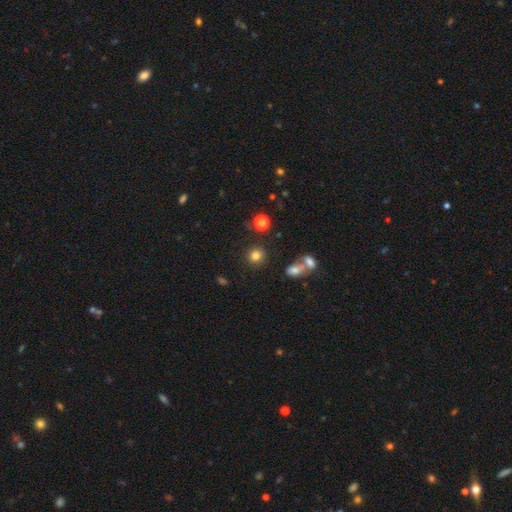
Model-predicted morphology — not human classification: Smooth or featured: smooth — 81% (star or artifact — 13%)
How rounded: round — 89% (in between — 10%)
Merging: none — 84% (minor disturbance — 8%)